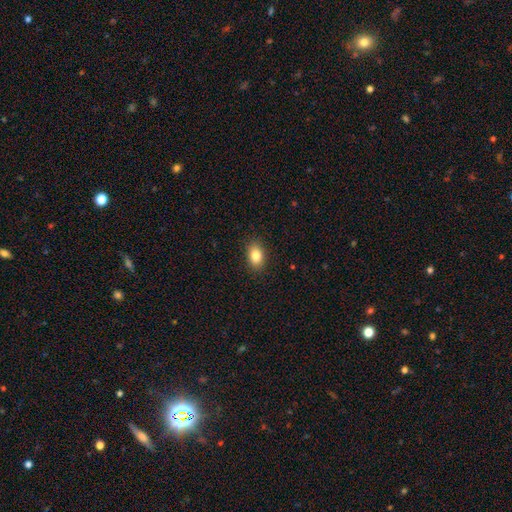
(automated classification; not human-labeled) Morphology: type=smooth (84%); roundness=in between (83%); merging=none (89%).